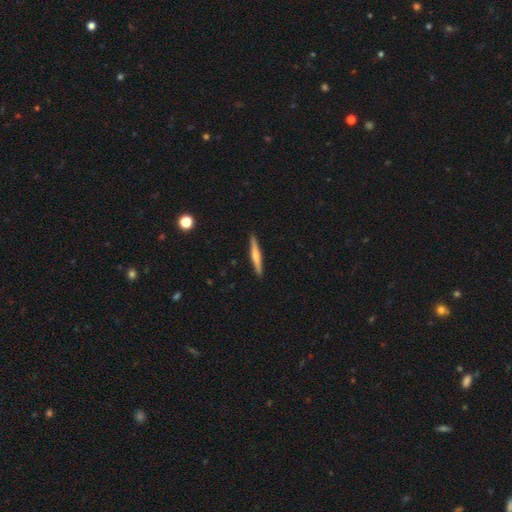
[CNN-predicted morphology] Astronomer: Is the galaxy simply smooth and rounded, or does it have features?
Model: featured or disk — 49% (runner-up: smooth, 45%).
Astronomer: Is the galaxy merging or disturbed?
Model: none — 92%.